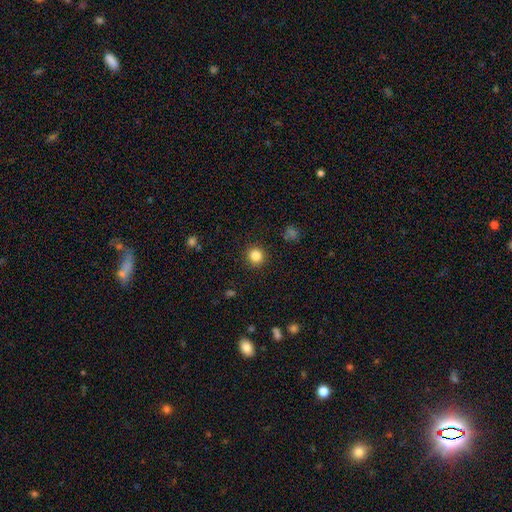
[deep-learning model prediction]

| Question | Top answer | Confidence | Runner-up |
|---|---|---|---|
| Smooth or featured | smooth | 84% | star or artifact (11%) |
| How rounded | round | 93% | in between (6%) |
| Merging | none | 91% | minor disturbance (5%) |